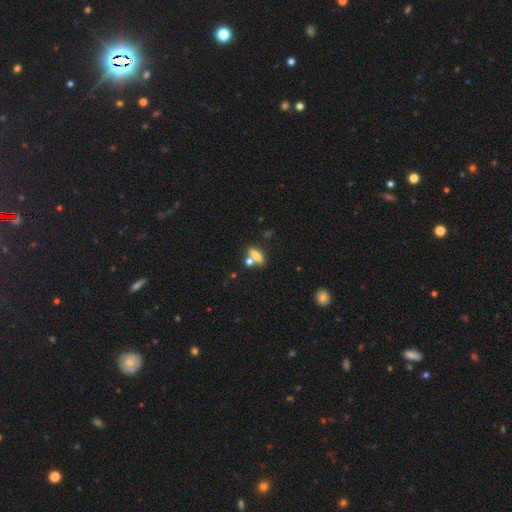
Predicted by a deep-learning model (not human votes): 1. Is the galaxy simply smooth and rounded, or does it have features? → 68% smooth, 22% featured or disk, 10% star or artifact.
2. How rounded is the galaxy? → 61% in between, 28% cigar-shaped, 10% round.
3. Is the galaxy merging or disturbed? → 55% none, 29% merger, 11% minor disturbance, 5% major disturbance.